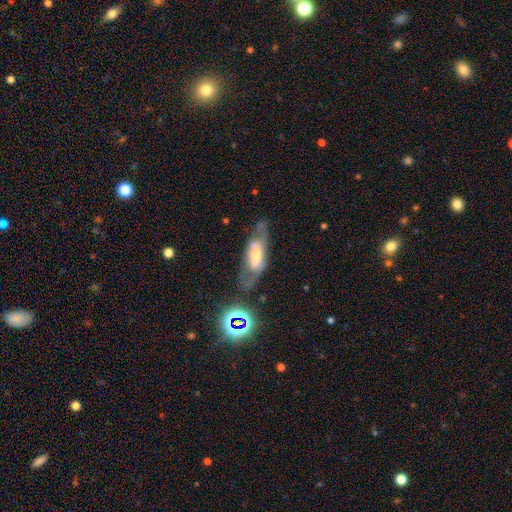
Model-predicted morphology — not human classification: A featured or disk galaxy (60%). Merging: none (58%).